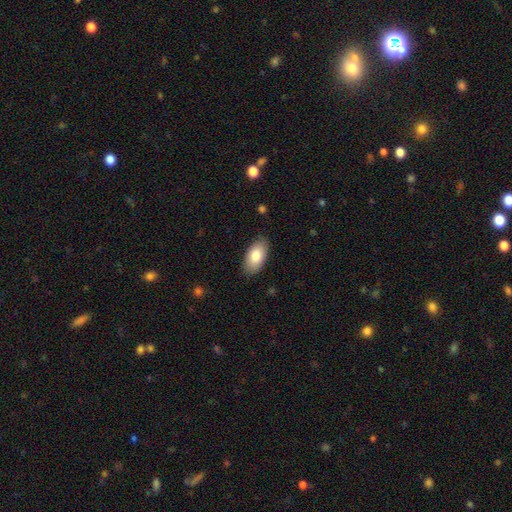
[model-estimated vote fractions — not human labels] Smooth or featured? Predicted: smooth (p=0.81). How rounded? Predicted: in between (p=0.95). Merging? Predicted: none (p=0.85).